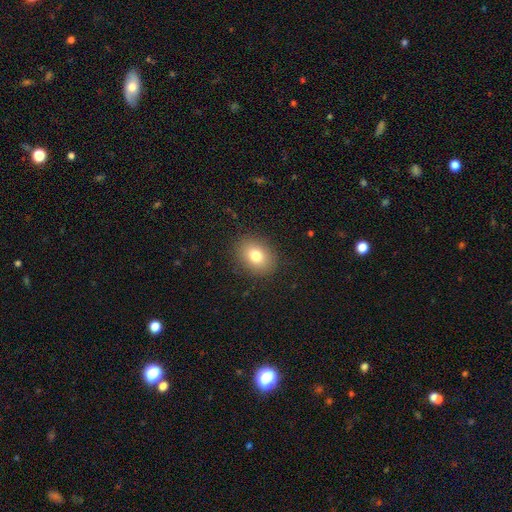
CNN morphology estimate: This is likely a smooth galaxy (80%). How rounded: possibly in between (59%). Merging: clearly none (88%).